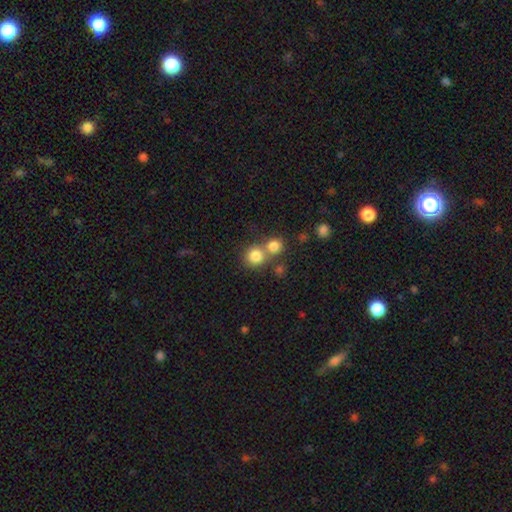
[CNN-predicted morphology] smooth-or-featured: smooth: 81% | star or artifact: 11% | featured or disk: 7%
  how-rounded: round: 88% | in between: 11% | cigar-shaped: 1%
  merging: none: 52% | merger: 38% | minor disturbance: 7% | major disturbance: 3%